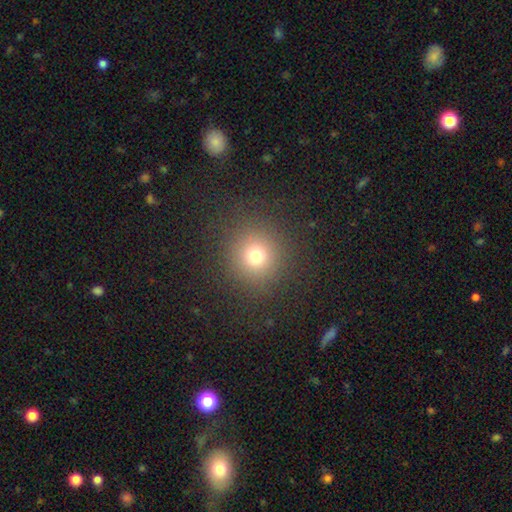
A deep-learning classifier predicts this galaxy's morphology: Smooth or featured: smooth — 71% (star or artifact — 20%)
How rounded: round — 93% (in between — 6%)
Merging: none — 89% (minor disturbance — 6%)